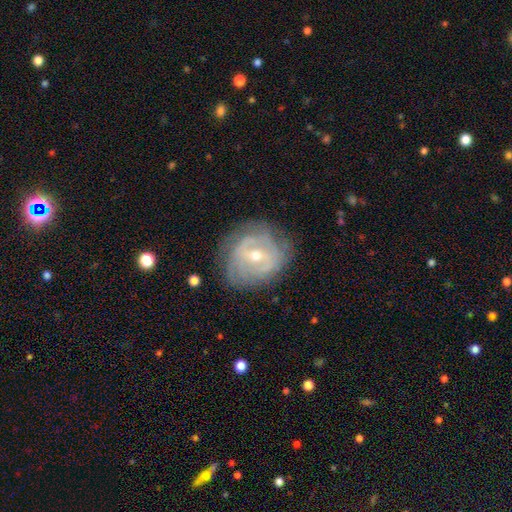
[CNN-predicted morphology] The model was most divided on "bulge size": moderate: 51%, small: 45%, large: 2%, none: 1%, dominant: 1%. Remaining: edge-on disk — no (96%); spiral arms — yes (80%); smooth or featured — featured or disk (79%); merging — none (72%); spiral winding — tight (63%); bar — weak (49%); spiral arm count — can't tell (46%).